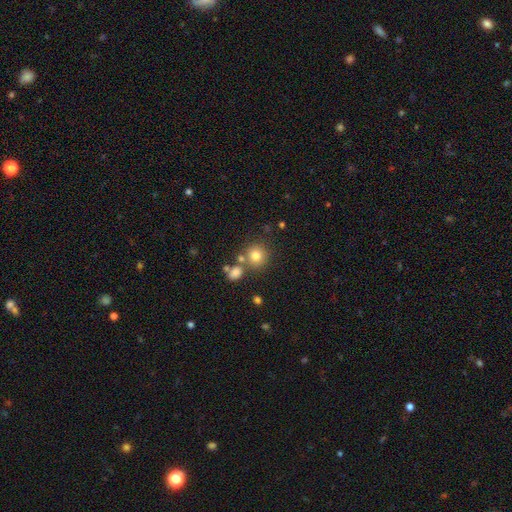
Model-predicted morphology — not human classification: Smooth or featured: smooth — 78% (star or artifact — 13%)
How rounded: round — 88% (in between — 11%)
Merging: none — 70% (merger — 17%)